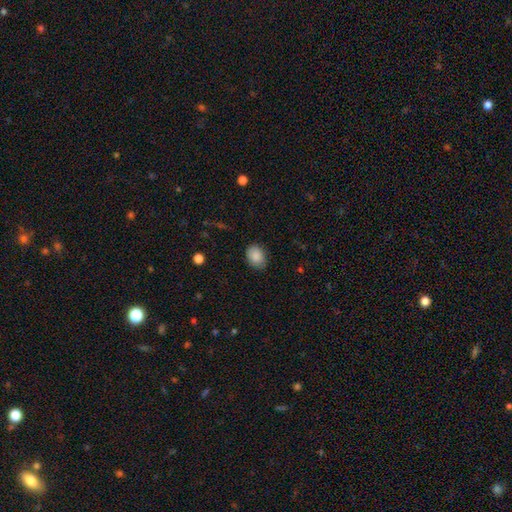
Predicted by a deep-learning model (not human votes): smooth 88%, star or artifact 7%, featured or disk 5%. Down the decision tree: how rounded — in between (73%); merging — none (75%).